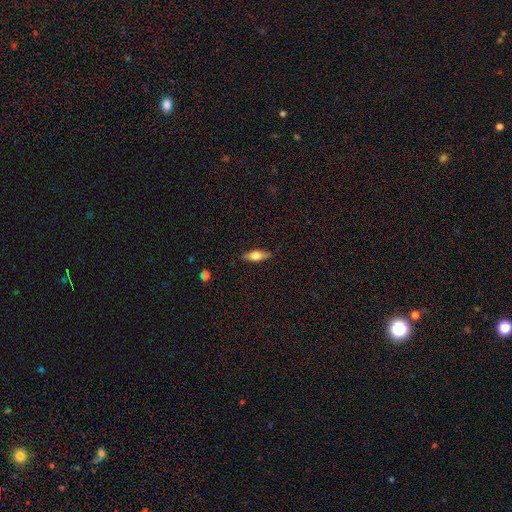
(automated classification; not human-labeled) Smooth or featured? smooth (60%)
How rounded? in between (59%)
Merging? none (84%)